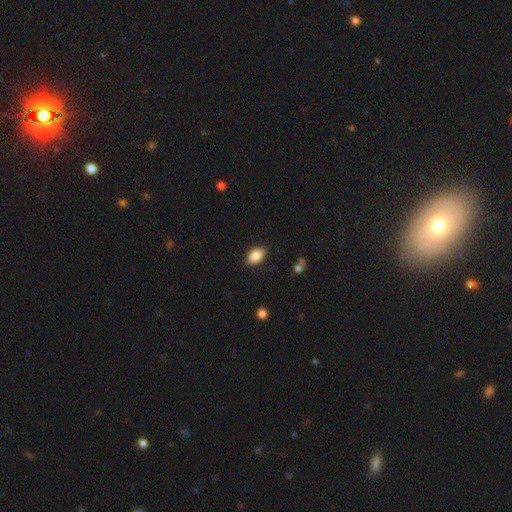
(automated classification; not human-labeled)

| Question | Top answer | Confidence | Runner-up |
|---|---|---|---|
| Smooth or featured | smooth | 85% | featured or disk (8%) |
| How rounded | in between | 92% | round (5%) |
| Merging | none | 86% | minor disturbance (11%) |